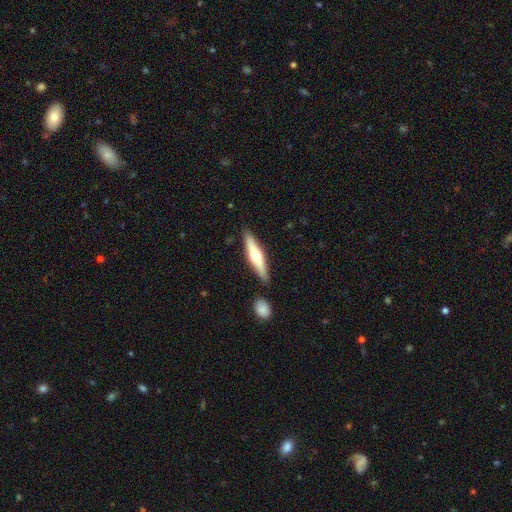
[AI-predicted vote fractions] Overall: featured or disk (50%; smooth 45%). Merging: none (84%).